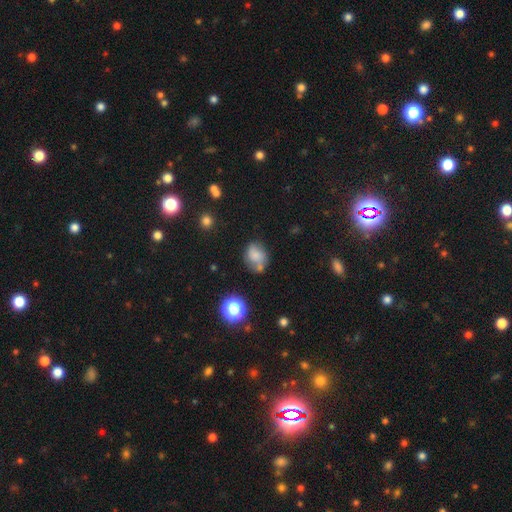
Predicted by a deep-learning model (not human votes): Overall: smooth (64%). How rounded: in between (51%; round 48%). Merging: none (45%; minor disturbance 24%).